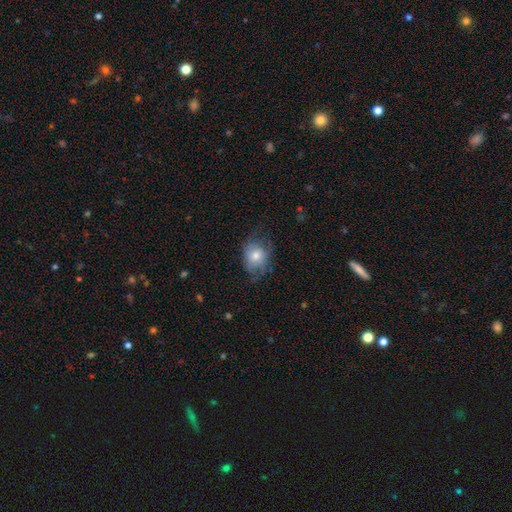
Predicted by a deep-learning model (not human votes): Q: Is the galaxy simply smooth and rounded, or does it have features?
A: smooth — 65%.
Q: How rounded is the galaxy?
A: round — 50%.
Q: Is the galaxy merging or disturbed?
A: none — 54%.